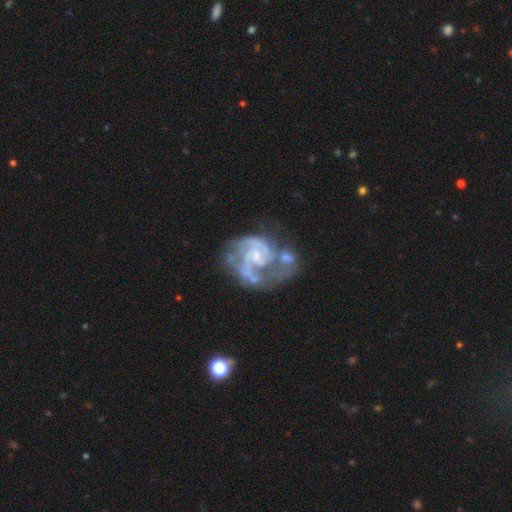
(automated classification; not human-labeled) Morphology: type=featured or disk (86%); edge-on=no (98%); bar=no (51%); spiral arms=yes (91%); winding=medium (47%); arm count=2 (46%); bulge=small (46%); merging=none (34%).